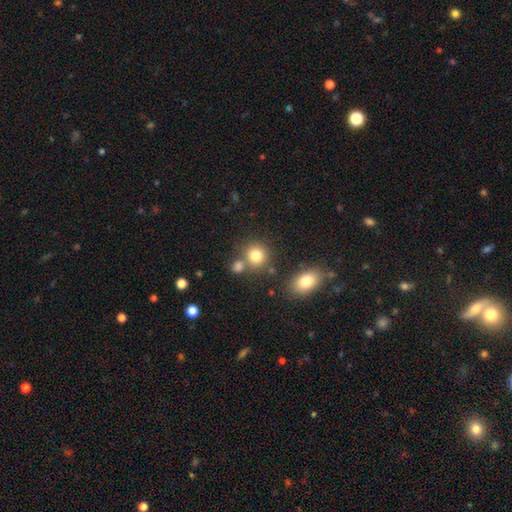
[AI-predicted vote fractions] This is clearly a smooth galaxy (80%). How rounded: clearly round (83%). Merging: likely none (67%).